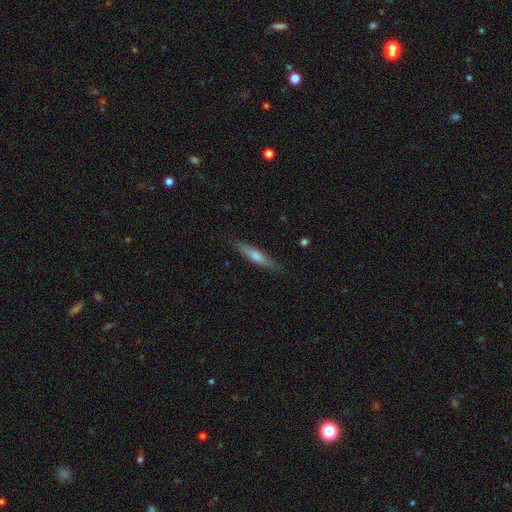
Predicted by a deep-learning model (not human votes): The model was most divided on "smooth or featured": smooth: 48%, featured or disk: 46%, star or artifact: 6%. More confident: merging — none (87%).